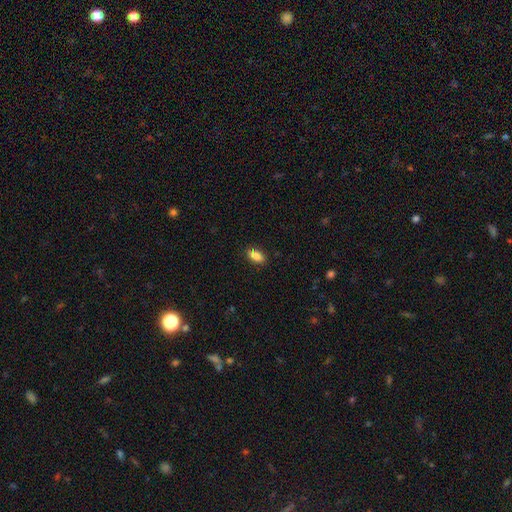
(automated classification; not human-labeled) Overall: smooth (86%). How rounded: in between (87%). Merging: none (87%).